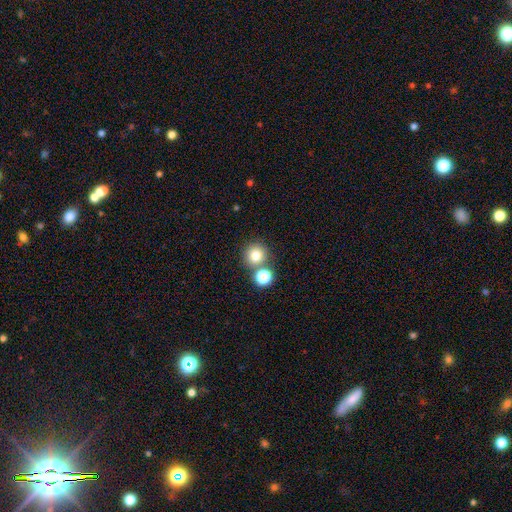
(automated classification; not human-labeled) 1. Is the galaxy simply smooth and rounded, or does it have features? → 77% smooth, 15% star or artifact, 8% featured or disk.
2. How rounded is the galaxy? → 93% round, 6% in between, 1% cigar-shaped.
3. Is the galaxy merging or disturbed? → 69% none, 21% merger, 7% minor disturbance, 3% major disturbance.